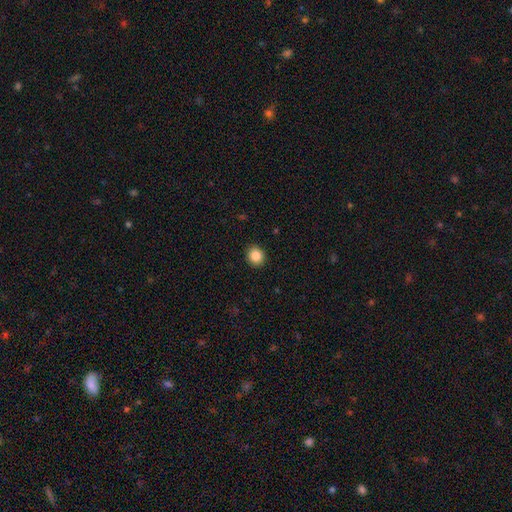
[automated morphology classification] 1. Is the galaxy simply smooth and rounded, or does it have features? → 87% smooth, 10% star or artifact, 4% featured or disk.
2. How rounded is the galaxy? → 79% round, 21% in between, 1% cigar-shaped.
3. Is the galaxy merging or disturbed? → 91% none, 6% minor disturbance, 2% major disturbance, 1% merger.